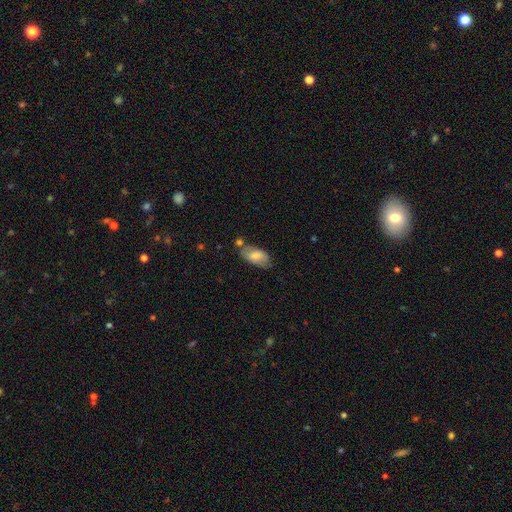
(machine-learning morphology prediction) type=smooth (74%); roundness=in between (92%); merging=none (61%).